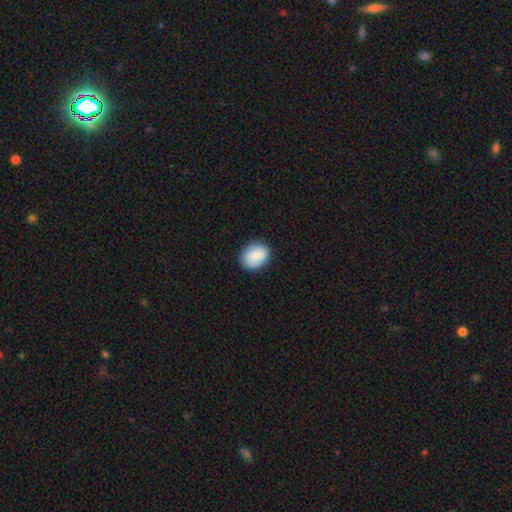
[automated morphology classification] Overall: smooth (86%). How rounded: in between (54%; round 45%). Merging: none (84%).